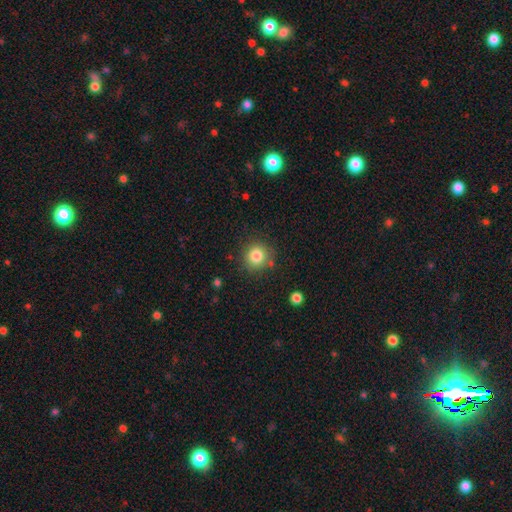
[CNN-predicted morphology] Overall: smooth (82%). How rounded: round (91%). Merging: none (84%).